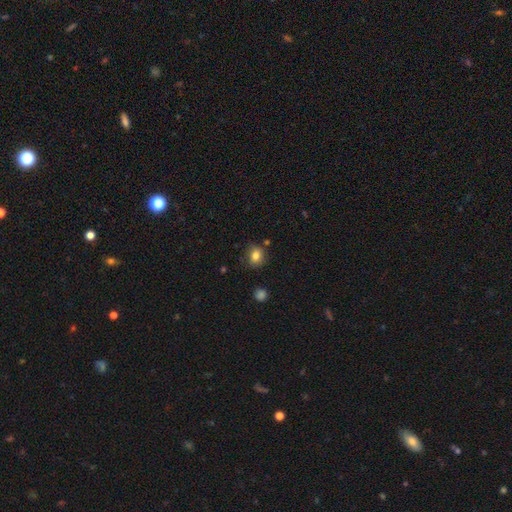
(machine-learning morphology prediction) Q: Smooth or featured?
A: smooth (81%); runner-up: star or artifact (11%)
Q: How rounded?
A: round (54%); runner-up: in between (45%)
Q: Merging?
A: none (77%); runner-up: minor disturbance (16%)